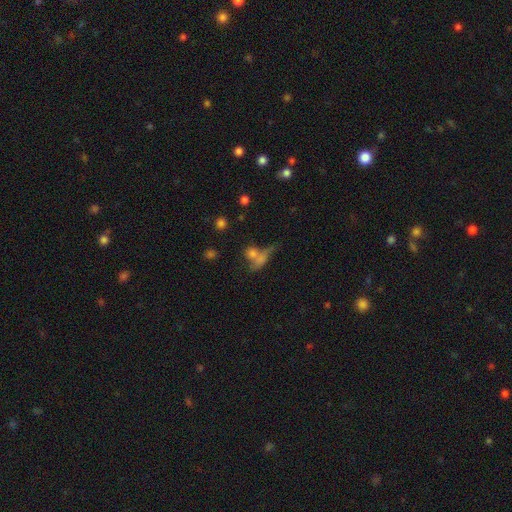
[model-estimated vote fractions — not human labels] Overall: smooth (64%). How rounded: in between (41%; round 40%). Merging: merger (41%; none 37%).